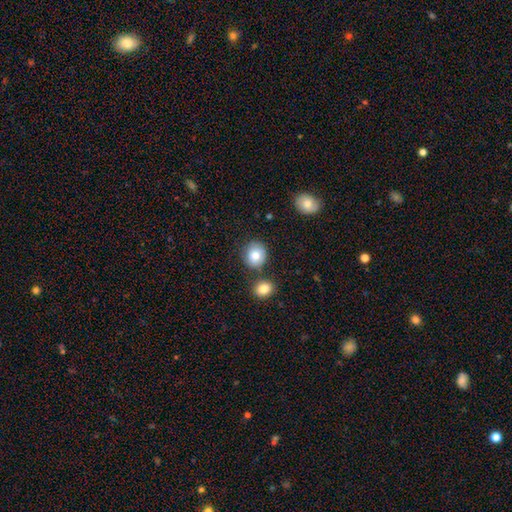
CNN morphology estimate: Overall: smooth (82%). How rounded: round (81%). Merging: none (73%).